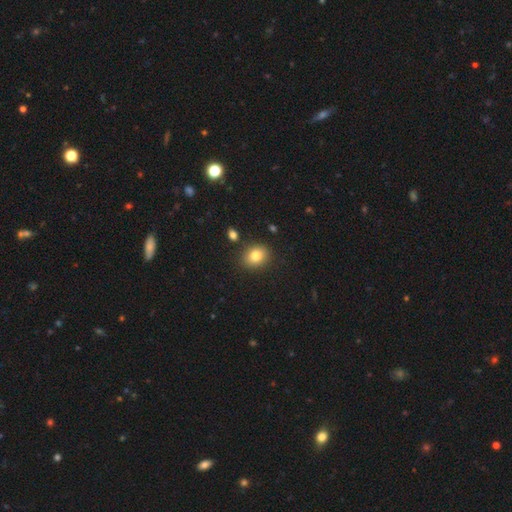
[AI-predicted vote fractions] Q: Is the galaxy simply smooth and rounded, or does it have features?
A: smooth — 81%.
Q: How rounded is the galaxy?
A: round — 56%.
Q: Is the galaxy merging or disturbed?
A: none — 86%.